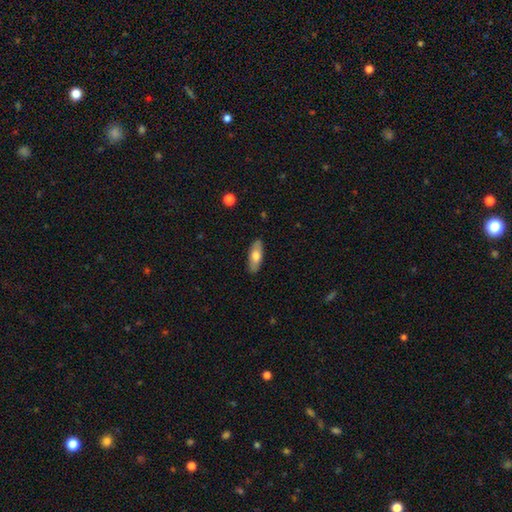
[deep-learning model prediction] Smooth or featured?
  - smooth: 68% *
  - featured or disk: 26%
  - star or artifact: 6%
How rounded?
  - in between: 70% *
  - cigar-shaped: 27%
  - round: 2%
Merging?
  - none: 88% *
  - minor disturbance: 9%
  - major disturbance: 2%
  - merger: 1%